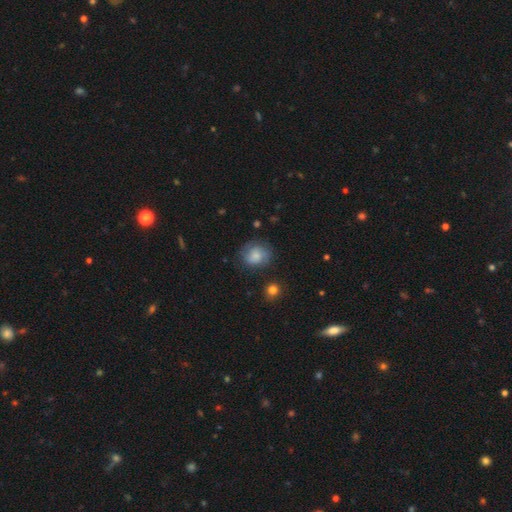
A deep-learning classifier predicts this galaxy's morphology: smooth 65%, featured or disk 25%, star or artifact 9%. Down the decision tree: how rounded — round (71%); merging — none (69%).